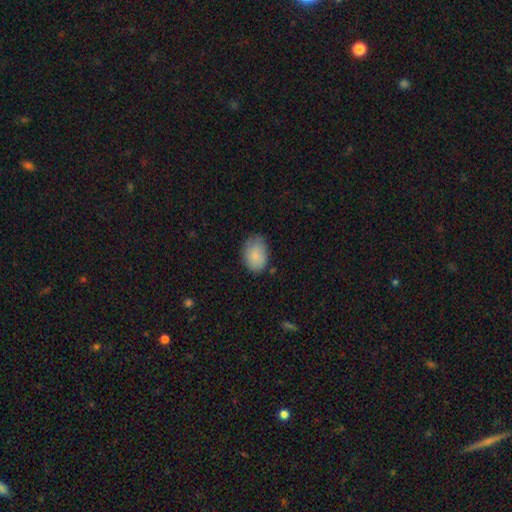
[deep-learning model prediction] Morphology: type=smooth (86%); roundness=in between (80%); merging=none (70%).